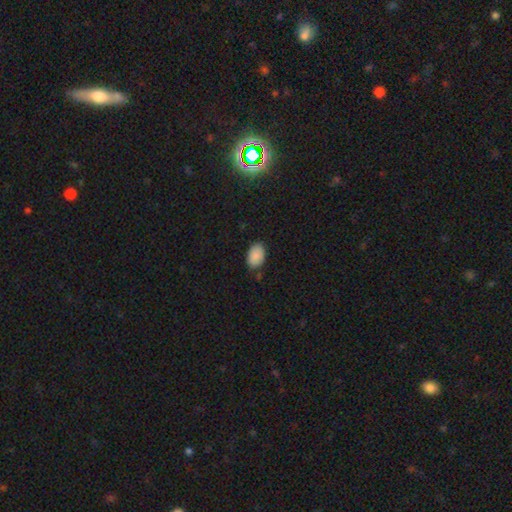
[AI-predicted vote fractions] The model was most divided on "merging": none: 79%, minor disturbance: 16%, major disturbance: 3%, merger: 2%. More confident: how rounded — in between (89%); smooth or featured — smooth (89%).